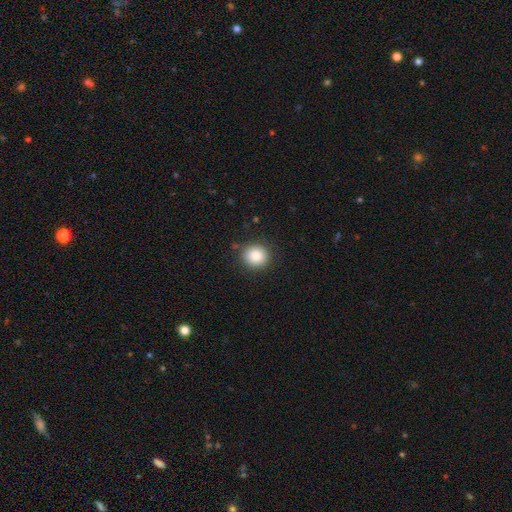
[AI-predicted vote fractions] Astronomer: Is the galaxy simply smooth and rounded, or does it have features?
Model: smooth — 85%.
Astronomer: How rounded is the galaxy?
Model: round — 91%.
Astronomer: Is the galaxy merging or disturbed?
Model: none — 88%.